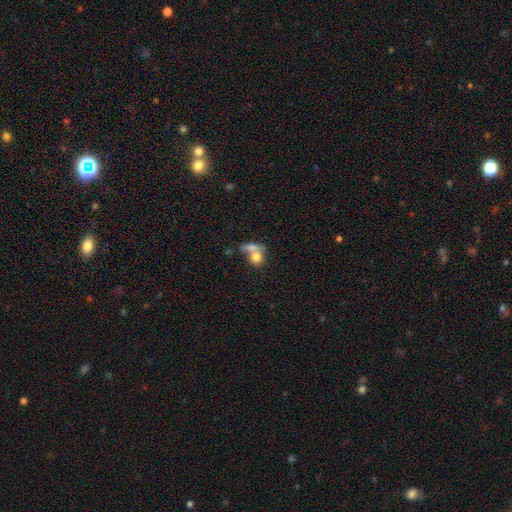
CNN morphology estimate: This is likely a smooth galaxy (74%). How rounded: likely round (67%). Merging: possibly merger (53%).